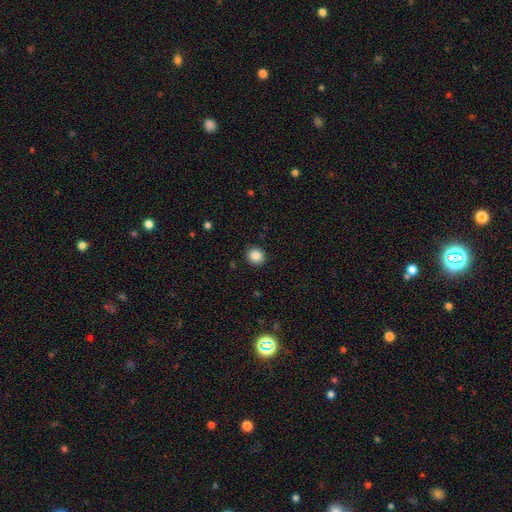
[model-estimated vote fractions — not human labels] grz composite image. It shows a smooth galaxy with no disk features (86%) that is round (88%). Merging: none (91%).